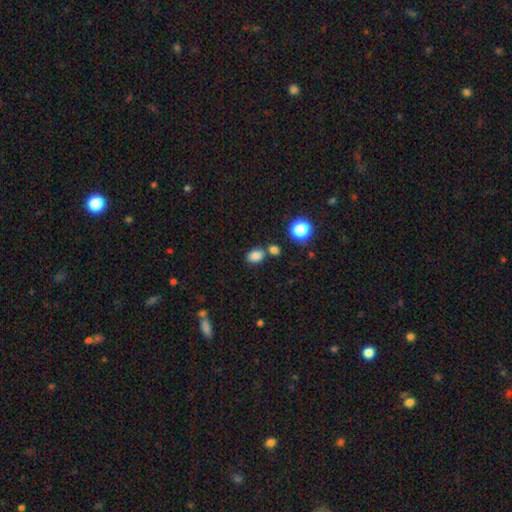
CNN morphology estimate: A smooth galaxy with no disk features (82%) that is in between round and cigar-shaped (68%). Merging: none (63%).